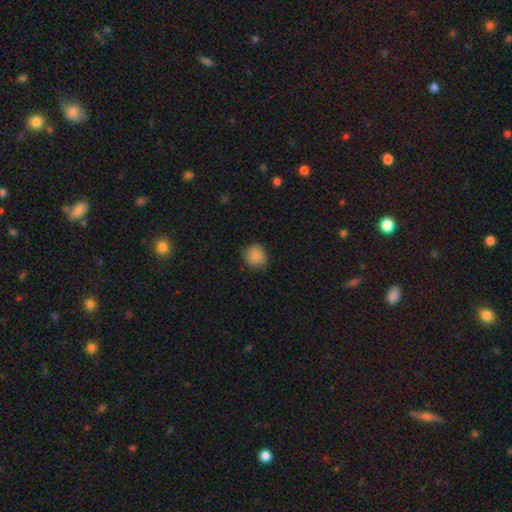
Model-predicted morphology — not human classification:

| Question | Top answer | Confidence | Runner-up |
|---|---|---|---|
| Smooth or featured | smooth | 86% | star or artifact (8%) |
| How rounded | round | 82% | in between (18%) |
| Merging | none | 75% | minor disturbance (20%) |